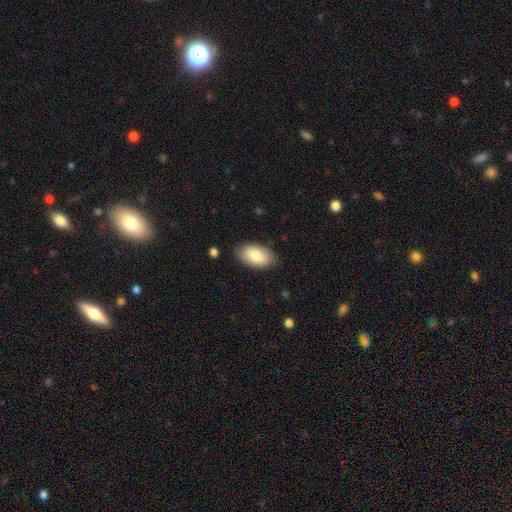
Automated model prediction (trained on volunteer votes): Smooth or featured: smooth — 80% (featured or disk — 13%)
How rounded: in between — 95% (round — 4%)
Merging: none — 83% (minor disturbance — 13%)